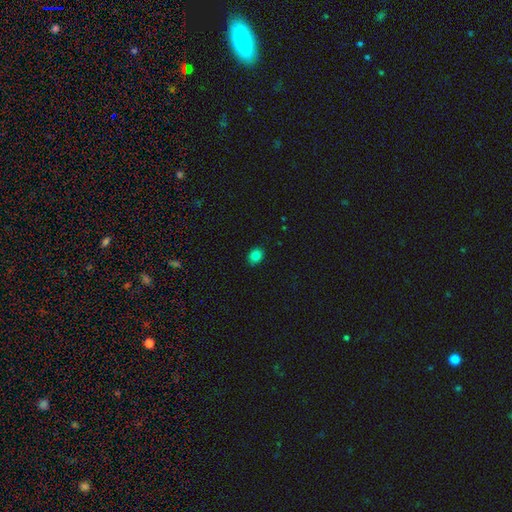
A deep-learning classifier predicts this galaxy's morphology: A smooth galaxy with no disk features (82%) that is in between round and cigar-shaped (50%).

Vote fractions:
- Smooth or featured? smooth: 82% / star or artifact: 12% / featured or disk: 6%
- How rounded? in between: 50% / round: 49% / cigar-shaped: 1%
- Merging? none: 88% / minor disturbance: 9% / major disturbance: 2% / merger: 1%